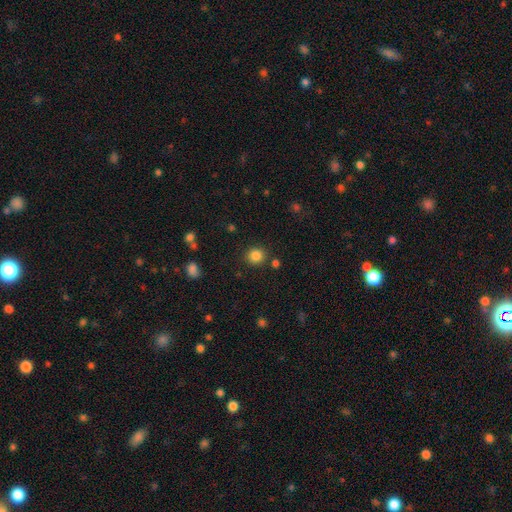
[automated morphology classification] type=smooth (84%); roundness=round (88%); merging=none (86%).